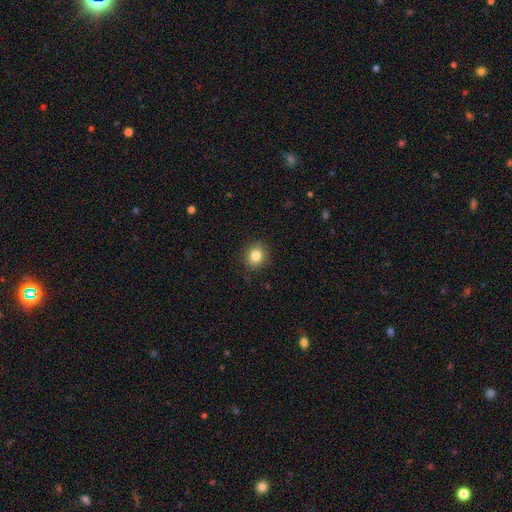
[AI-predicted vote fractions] Q: Smooth or featured?
A: smooth (83%); runner-up: star or artifact (10%)
Q: How rounded?
A: round (75%); runner-up: in between (25%)
Q: Merging?
A: none (89%); runner-up: minor disturbance (8%)